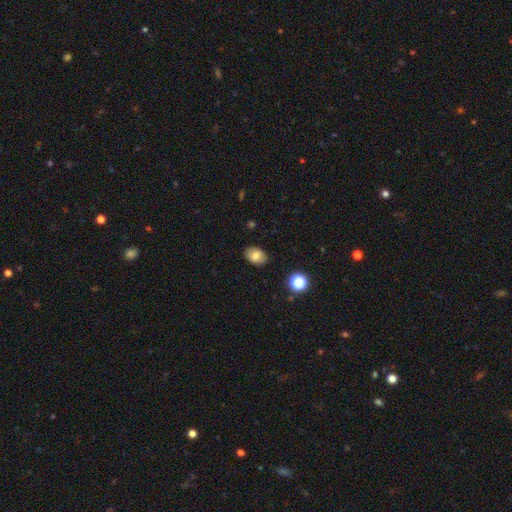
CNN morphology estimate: Smooth or featured? Predicted: smooth (p=0.79). How rounded? Predicted: in between (p=0.80). Merging? Predicted: none (p=0.87).